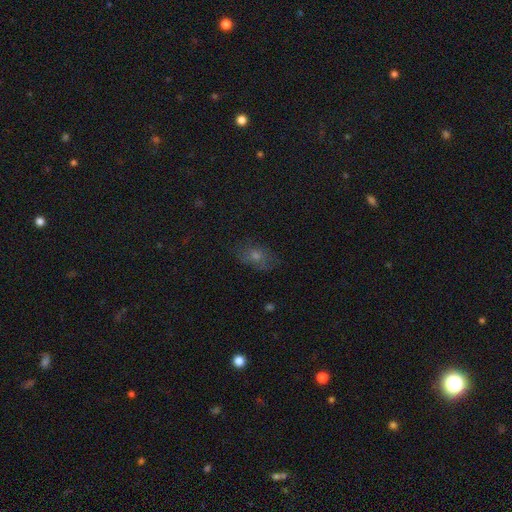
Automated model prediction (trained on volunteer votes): Smooth or featured?
  - smooth: 53% *
  - star or artifact: 24%
  - featured or disk: 23%
How rounded?
  - in between: 72% *
  - round: 24%
  - cigar-shaped: 3%
Merging?
  - none: 74% *
  - minor disturbance: 18%
  - major disturbance: 6%
  - merger: 2%